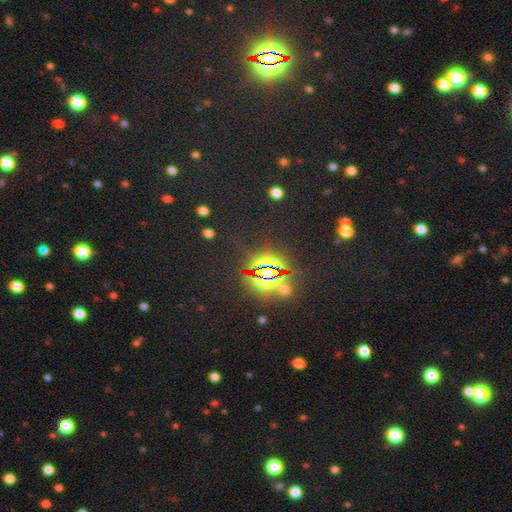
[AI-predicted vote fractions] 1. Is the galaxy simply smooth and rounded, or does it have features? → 82% star or artifact, 10% smooth, 8% featured or disk.